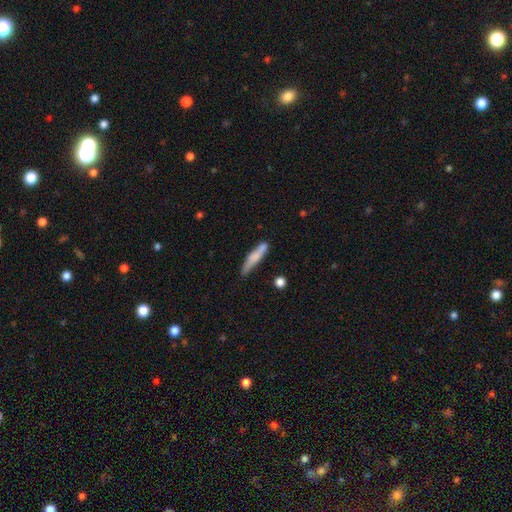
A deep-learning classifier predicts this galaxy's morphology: A smooth galaxy with no disk features (67%) that is cigar-shaped (85%). Merging: none (62%).